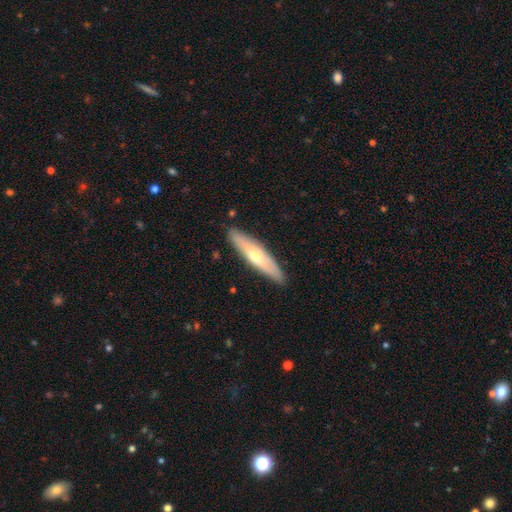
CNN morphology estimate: A smooth galaxy with no disk features (51%) that is cigar-shaped (78%). Merging: none (87%).